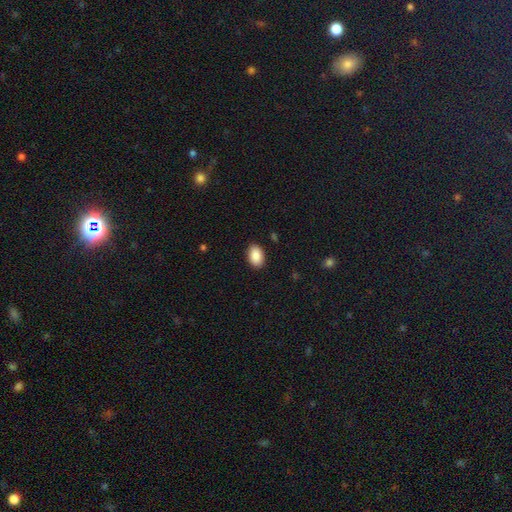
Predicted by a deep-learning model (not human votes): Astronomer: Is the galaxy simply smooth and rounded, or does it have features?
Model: smooth — 89%.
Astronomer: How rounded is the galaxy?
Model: in between — 89%.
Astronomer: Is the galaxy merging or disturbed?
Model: none — 90%.